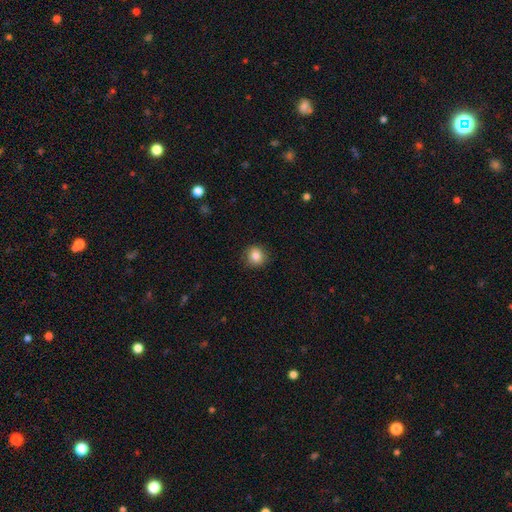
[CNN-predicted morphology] Q: Smooth or featured?
A: smooth (84%); runner-up: star or artifact (10%)
Q: How rounded?
A: round (90%); runner-up: in between (9%)
Q: Merging?
A: none (89%); runner-up: minor disturbance (8%)